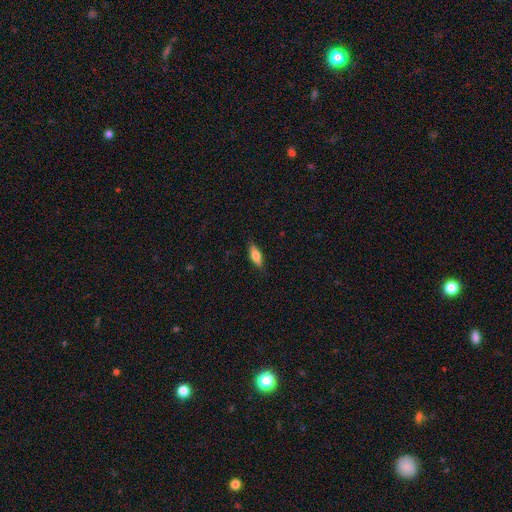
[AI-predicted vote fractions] Q: Smooth or featured?
A: smooth (64%); runner-up: featured or disk (29%)
Q: How rounded?
A: in between (56%); runner-up: cigar-shaped (42%)
Q: Merging?
A: none (86%); runner-up: minor disturbance (11%)